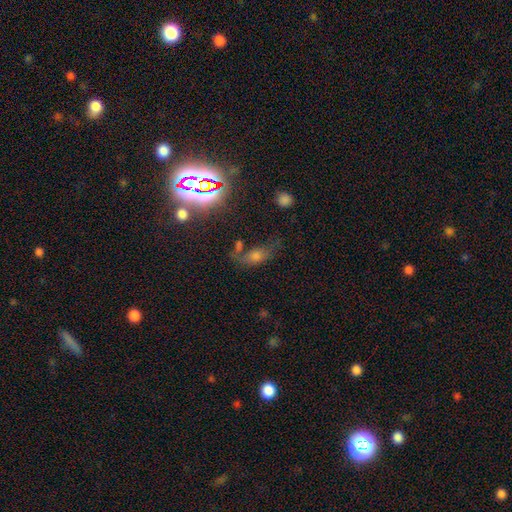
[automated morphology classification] smooth-or-featured: smooth: 45% | star or artifact: 34% | featured or disk: 21%
  merging: none: 51% | minor disturbance: 22% | major disturbance: 16% | merger: 11%